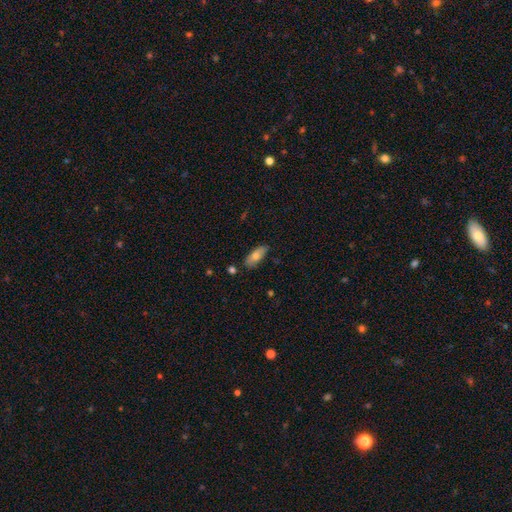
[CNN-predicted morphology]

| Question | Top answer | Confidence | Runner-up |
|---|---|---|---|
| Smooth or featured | smooth | 73% | featured or disk (20%) |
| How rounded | in between | 83% | cigar-shaped (14%) |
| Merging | none | 78% | minor disturbance (17%) |